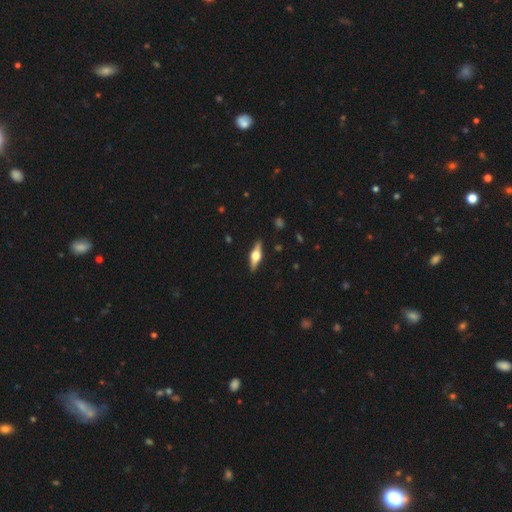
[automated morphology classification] This appears to be a featured or disk galaxy (70%) viewed edge-on (97%) with a rounded central bulge (95%). Merging: none (90%).